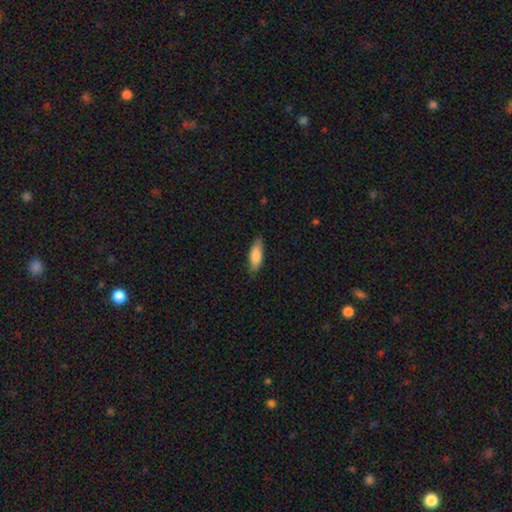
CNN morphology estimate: Overall: smooth (82%). How rounded: in between (64%; cigar-shaped 34%). Merging: none (80%).